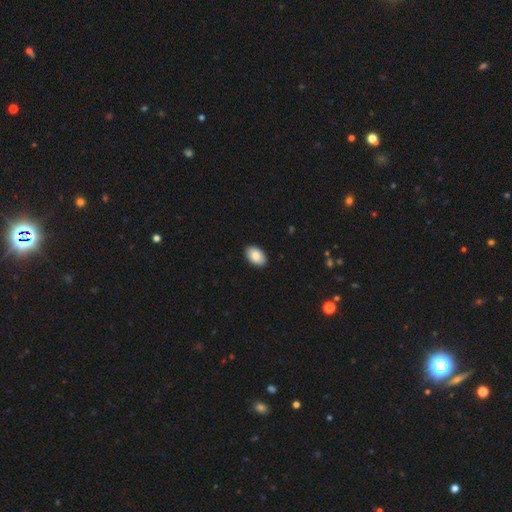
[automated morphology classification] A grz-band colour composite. It shows a smooth galaxy with no disk features (87%) that is in between round and cigar-shaped (94%). Merging: none (90%).